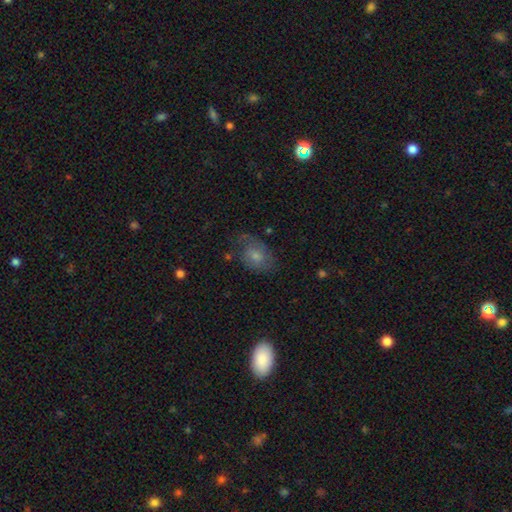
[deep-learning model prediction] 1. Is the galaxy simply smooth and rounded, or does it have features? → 49% smooth, 41% featured or disk, 10% star or artifact.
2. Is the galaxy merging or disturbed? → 51% none, 27% minor disturbance, 20% major disturbance, 3% merger.